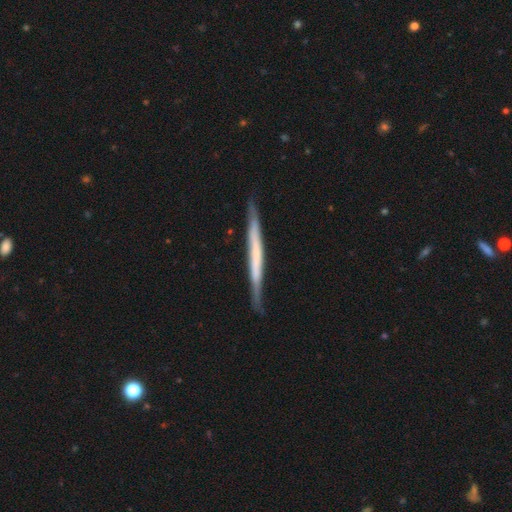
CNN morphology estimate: This appears to be a featured or disk galaxy (59%) viewed edge-on (95%) with no central bulge (81%). Merging: none (82%).